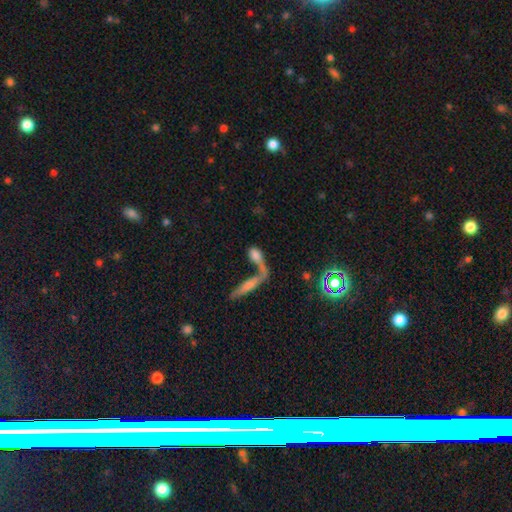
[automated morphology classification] This appears to be a smooth galaxy with no disk features (61%) that is in between round and cigar-shaped (55%). Merging: merger (61%).